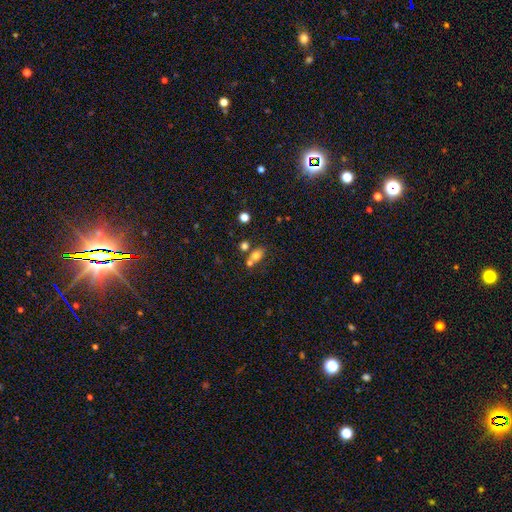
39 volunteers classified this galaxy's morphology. This is likely a smooth galaxy (67%). How rounded: clearly in between (85%). Merging: possibly merger (46%).